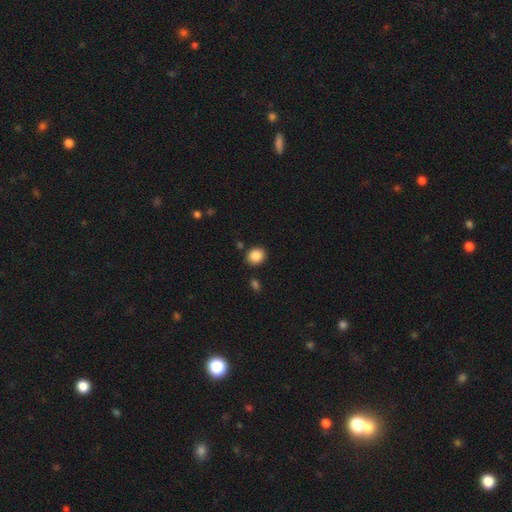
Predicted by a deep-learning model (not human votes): Smooth or featured? smooth (87%)
How rounded? round (74%)
Merging? none (86%)